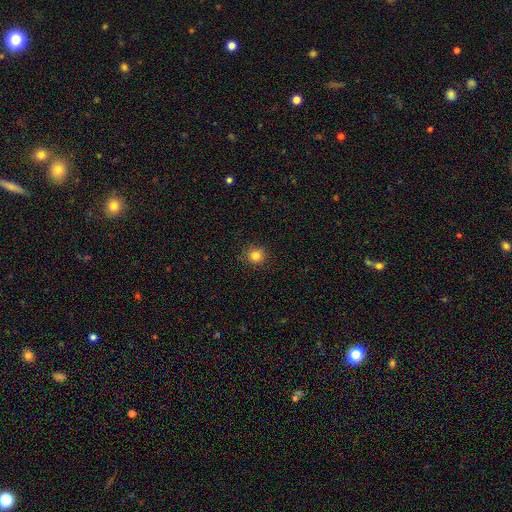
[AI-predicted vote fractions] Smooth or featured? Predicted: smooth (p=0.83). How rounded? Predicted: round (p=0.91). Merging? Predicted: none (p=0.89).